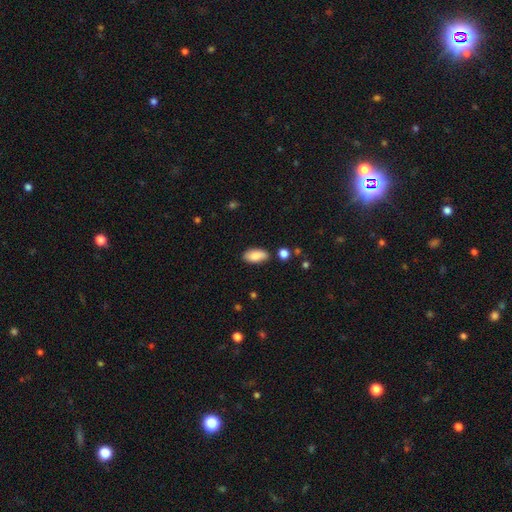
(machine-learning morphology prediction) A smooth galaxy with no disk features (86%) that is in between round and cigar-shaped (91%). Merging: none (81%).